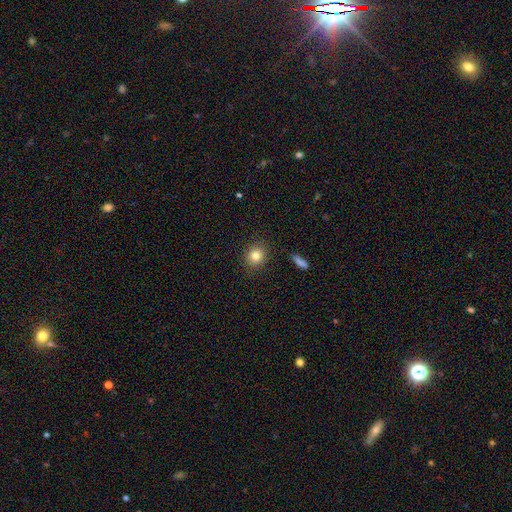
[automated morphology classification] A smooth galaxy with no disk features (81%) that is round (78%). Merging: none (89%).